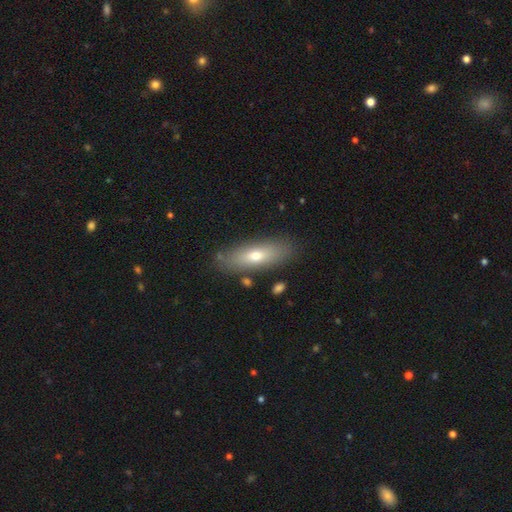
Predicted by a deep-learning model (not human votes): The model was most divided on "how rounded": in between: 57%, cigar-shaped: 41%, round: 3%. More confident: merging — none (82%); smooth or featured — smooth (67%).